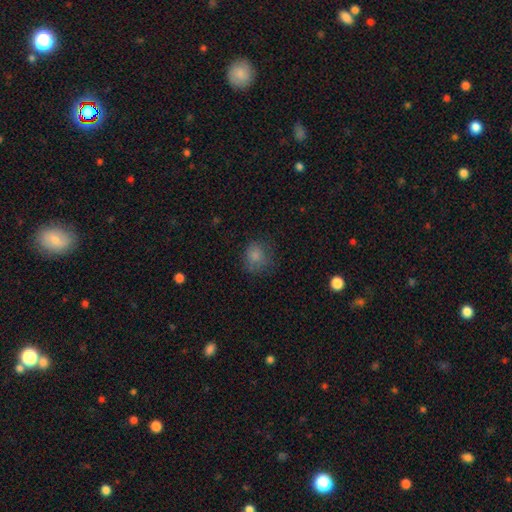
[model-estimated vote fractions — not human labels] A smooth galaxy with no disk features (81%) that is round (80%). Merging: none (68%).